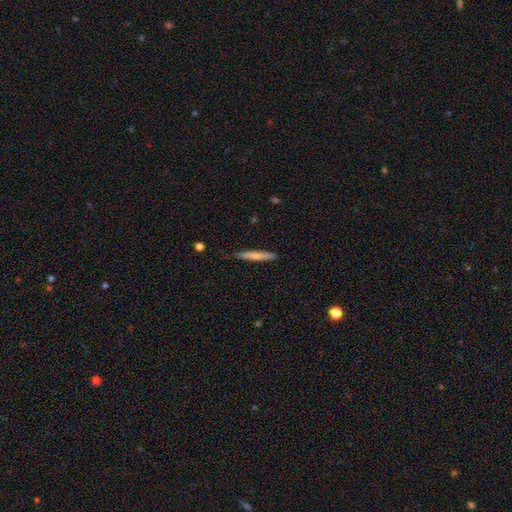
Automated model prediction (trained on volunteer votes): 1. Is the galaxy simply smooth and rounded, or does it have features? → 65% smooth, 29% featured or disk, 5% star or artifact.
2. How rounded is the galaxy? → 96% cigar-shaped, 3% in between, 1% round.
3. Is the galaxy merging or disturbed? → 86% none, 11% minor disturbance, 2% major disturbance, 1% merger.